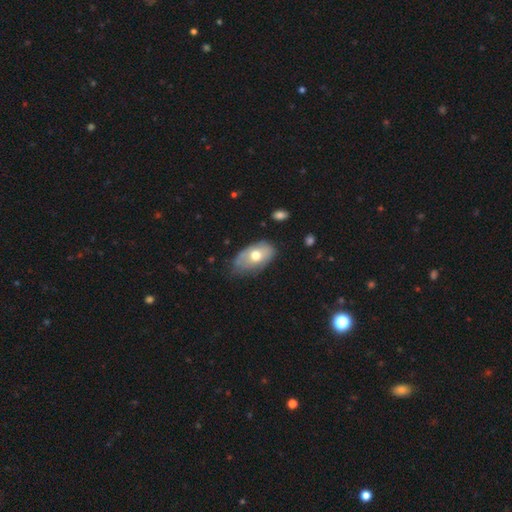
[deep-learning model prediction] Smooth or featured: smooth — 59% (featured or disk — 35%)
How rounded: in between — 92% (round — 6%)
Merging: none — 53% (minor disturbance — 35%)